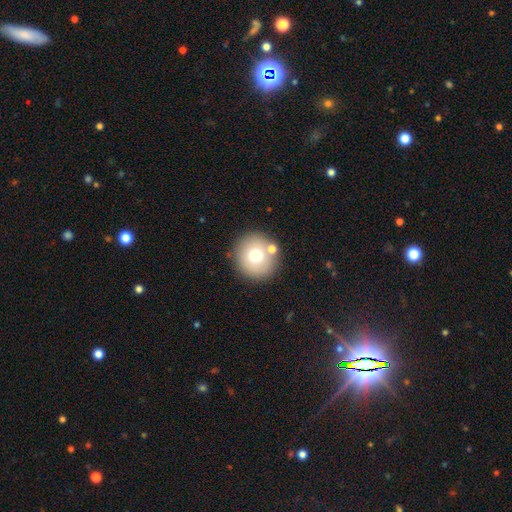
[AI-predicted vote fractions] This appears to be a smooth galaxy with no disk features (71%) that is round (93%). Merging: none (82%).